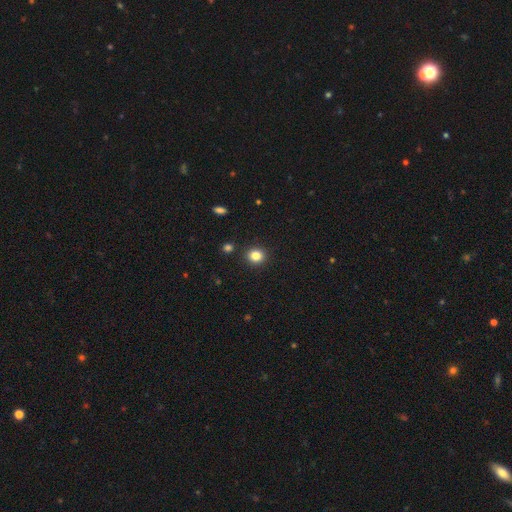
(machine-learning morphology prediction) Smooth or featured: smooth — 83% (star or artifact — 12%)
How rounded: round — 85% (in between — 14%)
Merging: none — 91% (minor disturbance — 6%)